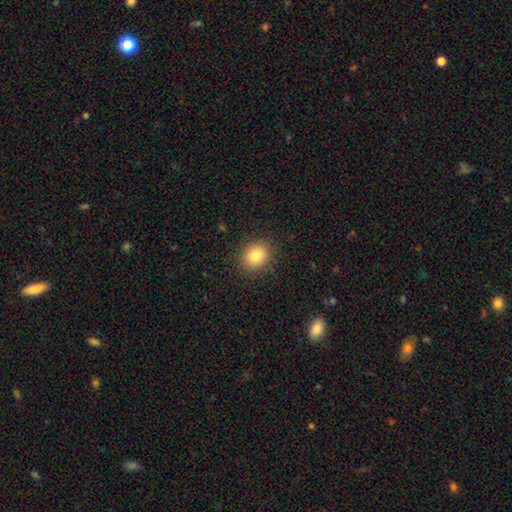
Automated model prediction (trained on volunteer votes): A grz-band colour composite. It shows a smooth galaxy with no disk features (82%) that is round (70%). Merging: none (88%).